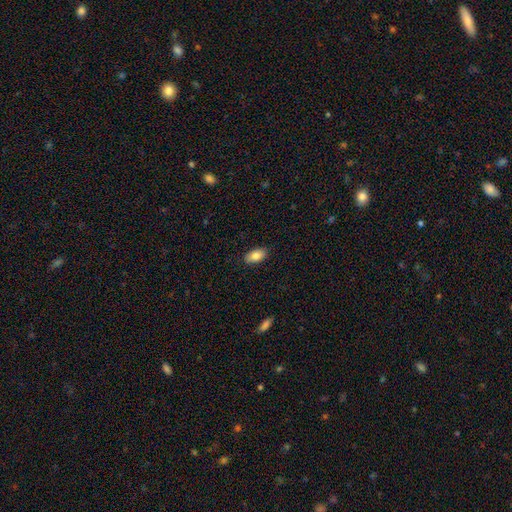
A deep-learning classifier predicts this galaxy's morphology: This is clearly a smooth galaxy (84%). How rounded: clearly in between (92%). Merging: clearly none (88%).